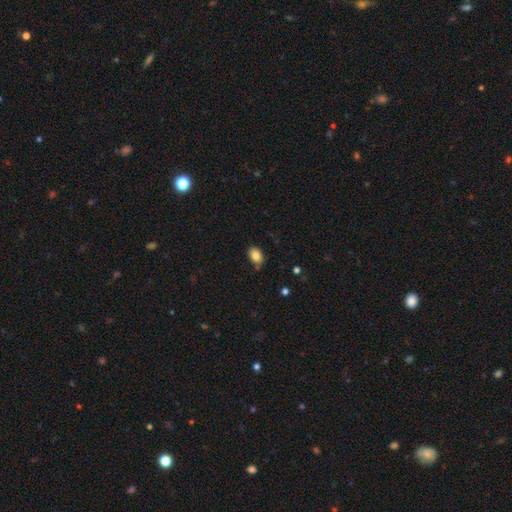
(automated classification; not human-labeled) Smooth or featured? Predicted: smooth (p=0.84). How rounded? Predicted: in between (p=0.84). Merging? Predicted: none (p=0.77).